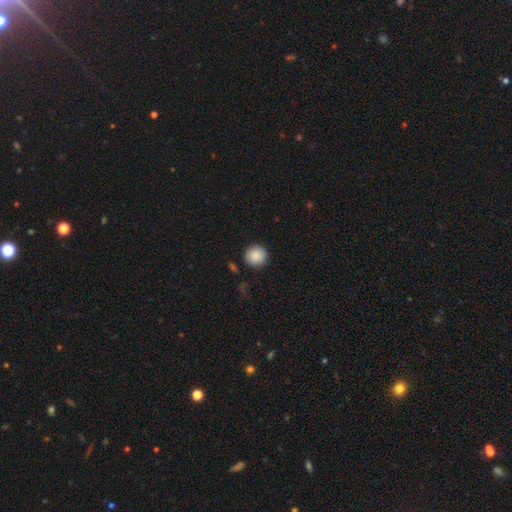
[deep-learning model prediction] A smooth galaxy with no disk features (89%) that is round (94%). Merging: none (90%).